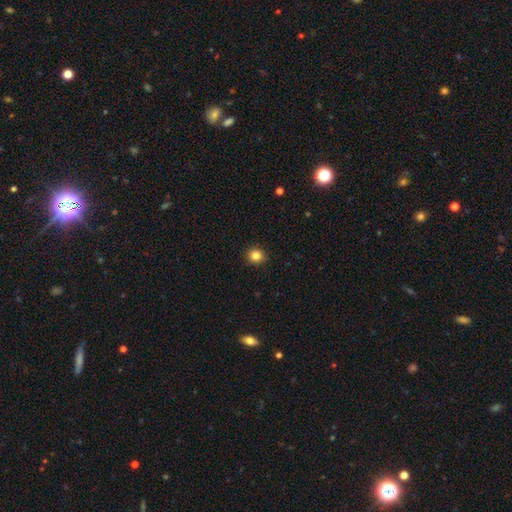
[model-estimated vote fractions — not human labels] Smooth or featured? Predicted: smooth (p=0.84). How rounded? Predicted: round (p=0.90). Merging? Predicted: none (p=0.92).